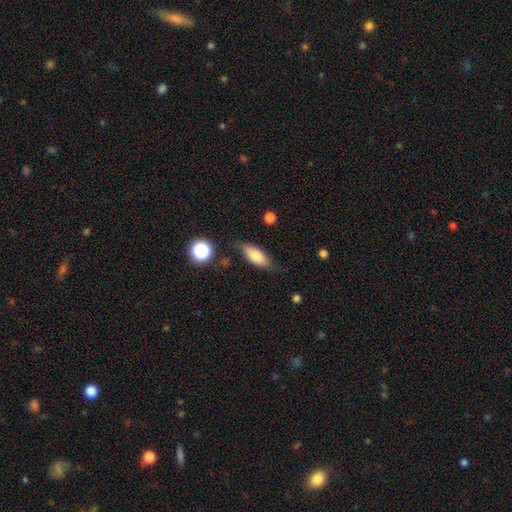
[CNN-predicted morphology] smooth 75%, featured or disk 17%, star or artifact 8%. Down the decision tree: how rounded — in between (77%); merging — none (69%).